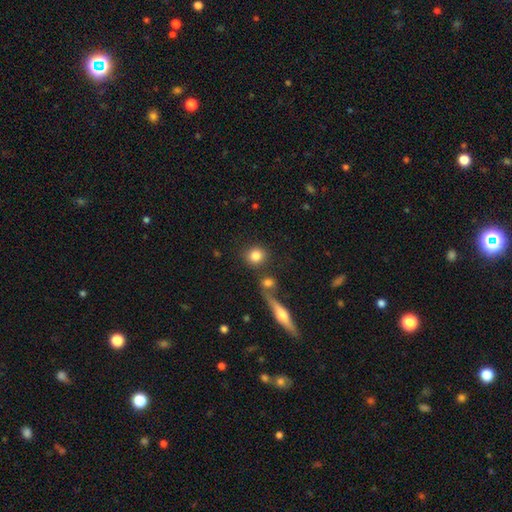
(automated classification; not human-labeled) Morphology: type=smooth (82%); roundness=round (81%); merging=none (74%).